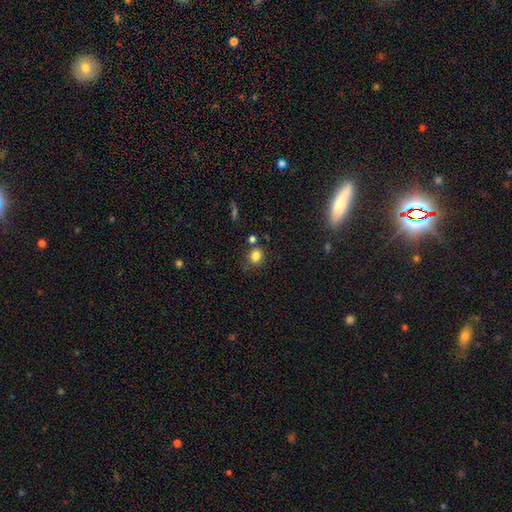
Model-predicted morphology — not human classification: type=smooth (82%); roundness=round (65%); merging=none (75%).